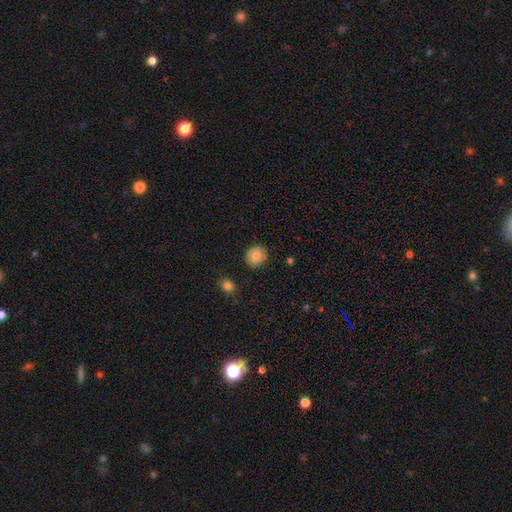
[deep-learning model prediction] smooth 82%, featured or disk 10%, star or artifact 8%. Down the decision tree: how rounded — round (86%); merging — none (85%).